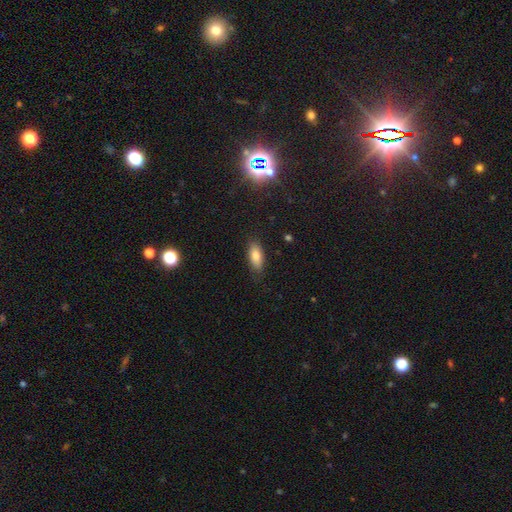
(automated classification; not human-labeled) smooth_or_featured: smooth (p=0.80) [alt: featured or disk p=0.12]
how_rounded: in between (p=0.81) [alt: cigar-shaped p=0.16]
merging: none (p=0.84) [alt: minor disturbance p=0.12]